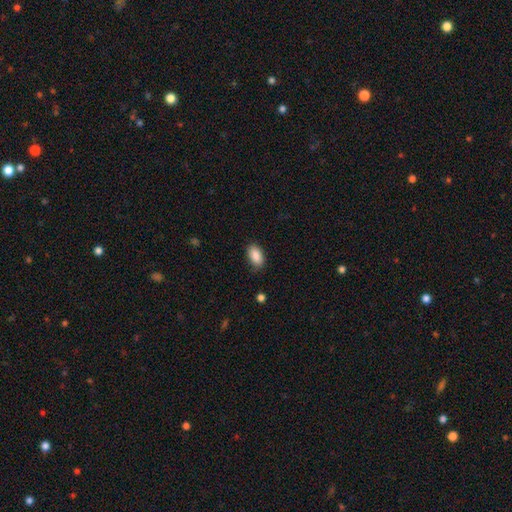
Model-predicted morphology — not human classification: Q: Smooth or featured?
A: smooth (88%); runner-up: star or artifact (7%)
Q: How rounded?
A: in between (92%); runner-up: round (5%)
Q: Merging?
A: none (81%); runner-up: minor disturbance (14%)